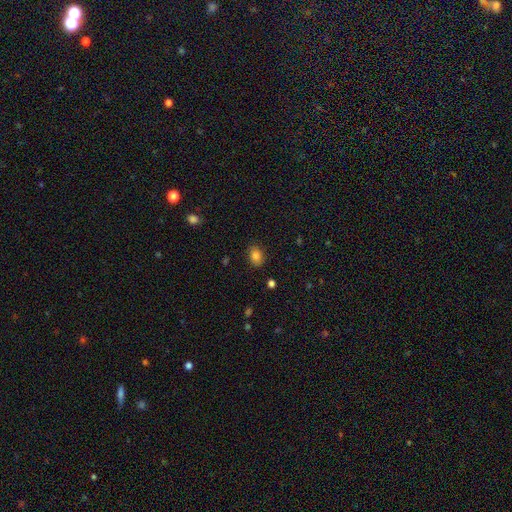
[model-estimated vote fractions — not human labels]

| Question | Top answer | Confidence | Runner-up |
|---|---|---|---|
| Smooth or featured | smooth | 84% | star or artifact (11%) |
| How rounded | in between | 64% | round (35%) |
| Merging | none | 85% | minor disturbance (11%) |